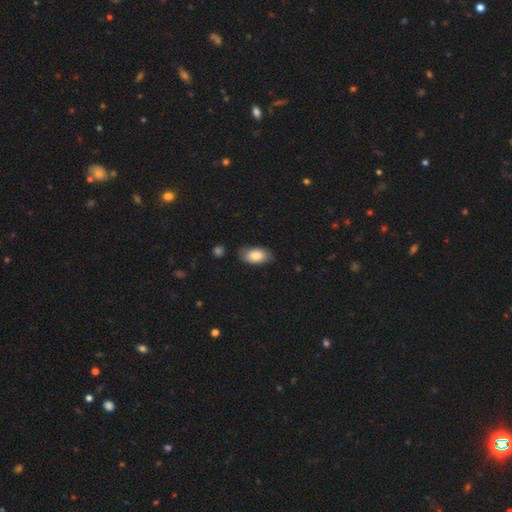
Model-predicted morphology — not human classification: This is clearly a smooth galaxy (84%). How rounded: clearly in between (93%). Merging: likely none (80%).